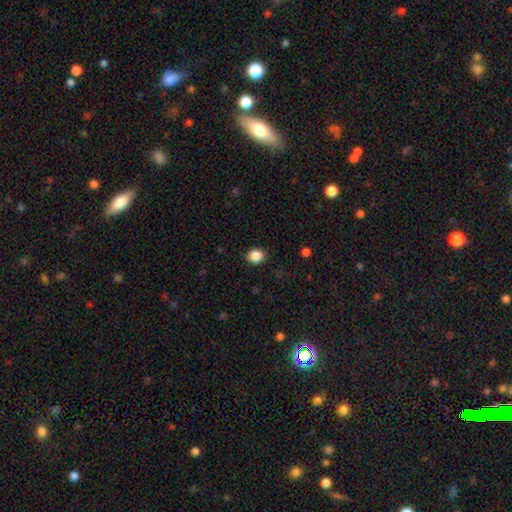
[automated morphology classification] Overall: smooth (87%). How rounded: round (69%; in between 31%). Merging: none (89%).